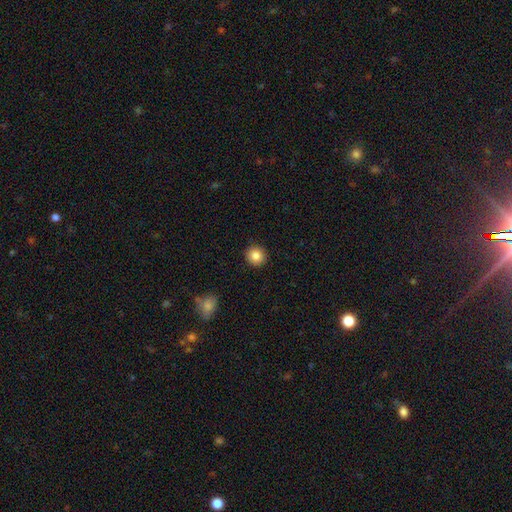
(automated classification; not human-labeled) smooth_or_featured: smooth (p=0.85) [alt: star or artifact p=0.09]
how_rounded: round (p=0.92) [alt: in between p=0.07]
merging: none (p=0.92) [alt: minor disturbance p=0.05]